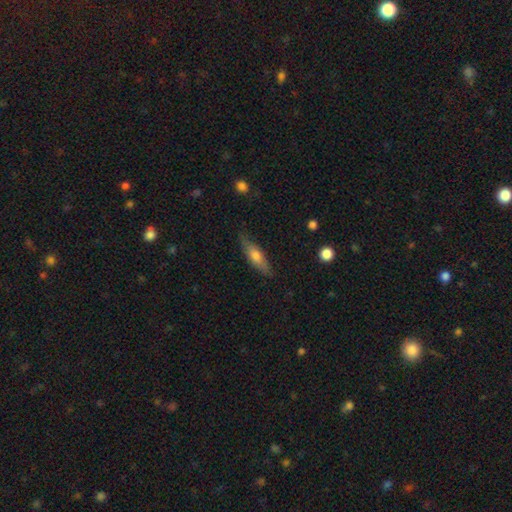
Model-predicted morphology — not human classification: A smooth galaxy with no disk features (57%) that is cigar-shaped (58%). Merging: none (78%).